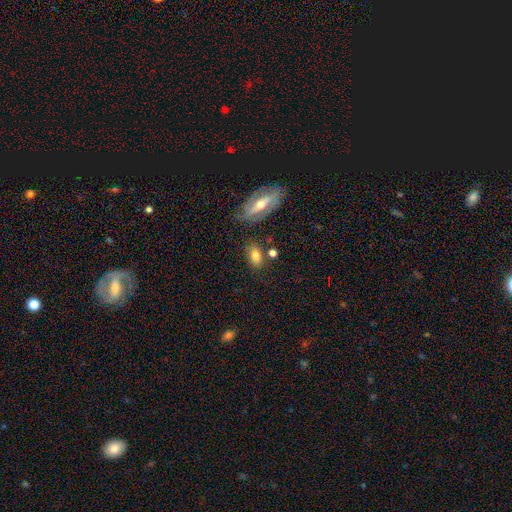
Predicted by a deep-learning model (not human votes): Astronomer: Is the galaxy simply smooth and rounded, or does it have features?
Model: smooth — 73%.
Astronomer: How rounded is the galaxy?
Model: in between — 83%.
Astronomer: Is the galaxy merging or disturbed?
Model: none — 72%.